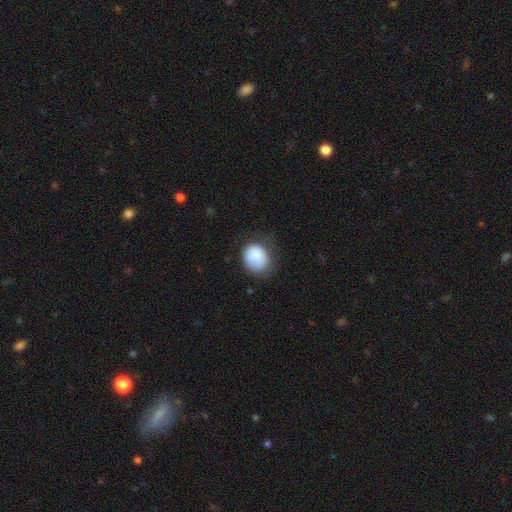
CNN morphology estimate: This appears to be a smooth galaxy with no disk features (84%) that is round (62%). Merging: none (58%).